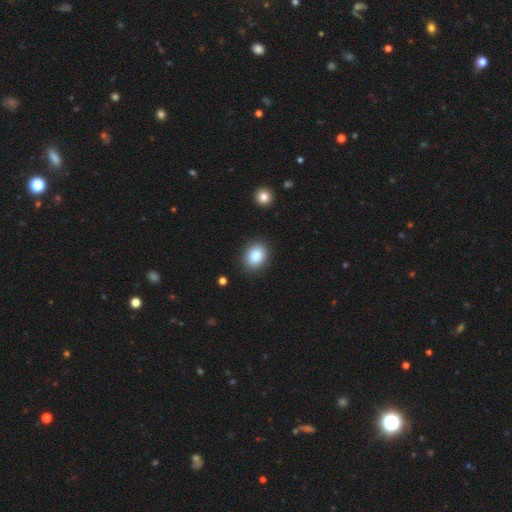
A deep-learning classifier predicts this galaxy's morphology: Smooth or featured? Predicted: smooth (p=0.85). How rounded? Predicted: in between (p=0.50). Merging? Predicted: none (p=0.87).